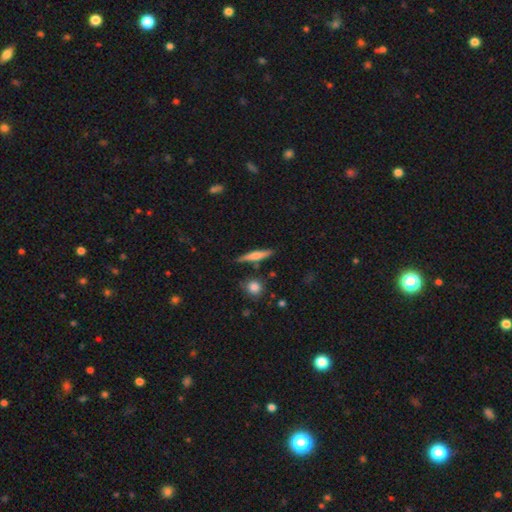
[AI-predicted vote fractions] A smooth galaxy with no disk features (52%) that is cigar-shaped (85%). Merging: none (82%).